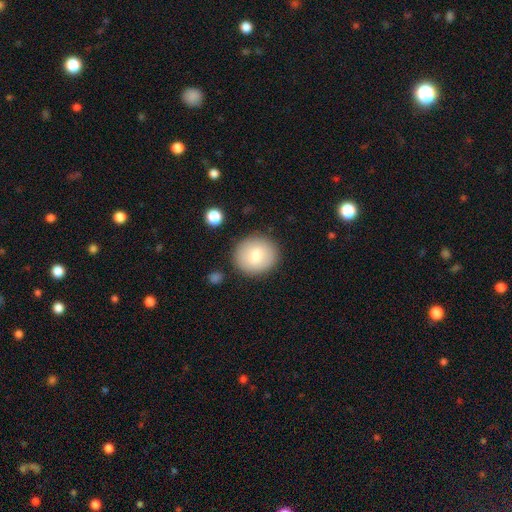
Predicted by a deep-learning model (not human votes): Smooth or featured? smooth (78%)
How rounded? round (87%)
Merging? none (86%)